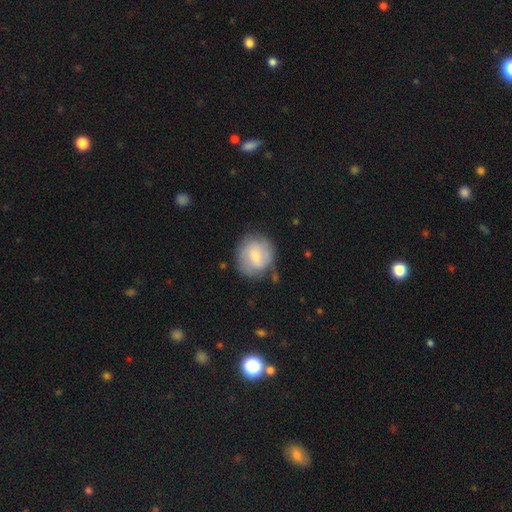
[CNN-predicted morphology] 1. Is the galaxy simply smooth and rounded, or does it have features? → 49% smooth, 45% featured or disk, 7% star or artifact.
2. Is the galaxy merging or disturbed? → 75% none, 17% minor disturbance, 6% major disturbance, 3% merger.